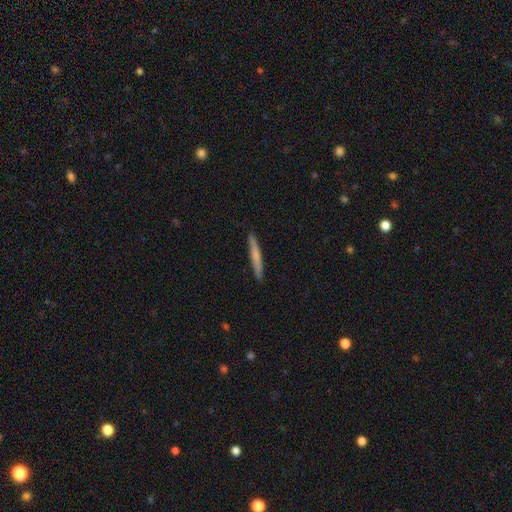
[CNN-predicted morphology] Q: Smooth or featured?
A: smooth (64%); runner-up: featured or disk (31%)
Q: How rounded?
A: cigar-shaped (96%); runner-up: in between (2%)
Q: Merging?
A: none (91%); runner-up: minor disturbance (6%)